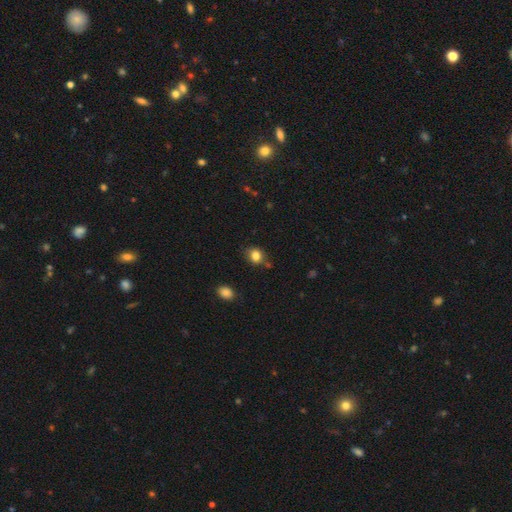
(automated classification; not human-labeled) A smooth galaxy with no disk features (82%) that is round (64%). Merging: none (72%).